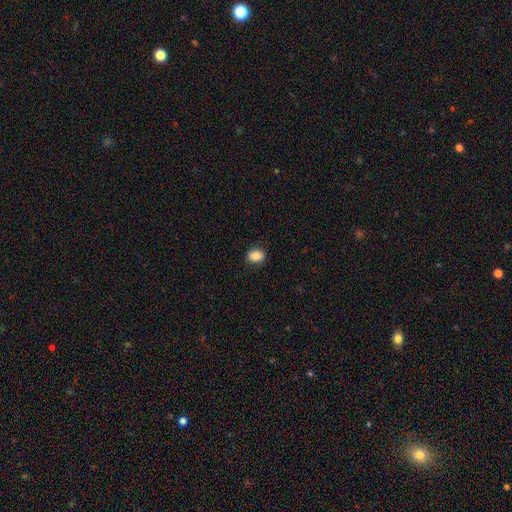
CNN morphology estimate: A smooth galaxy with no disk features (86%) that is round (50%).

Vote fractions:
- Smooth or featured? smooth: 86% / star or artifact: 9% / featured or disk: 5%
- How rounded? round: 50% / in between: 49% / cigar-shaped: 1%
- Merging? none: 89% / minor disturbance: 8% / major disturbance: 2% / merger: 1%